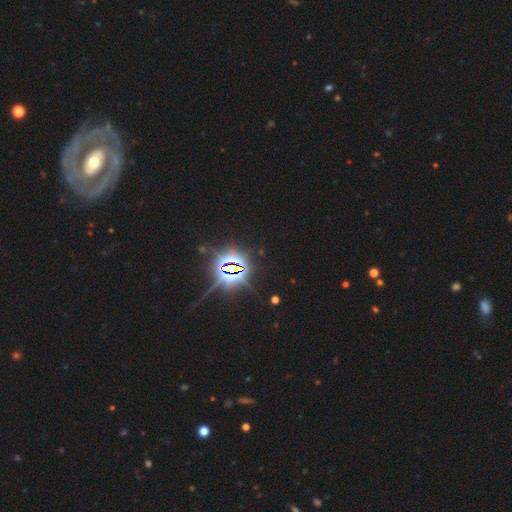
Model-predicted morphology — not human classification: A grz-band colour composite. It shows a star or artifact, not a galaxy (60%).